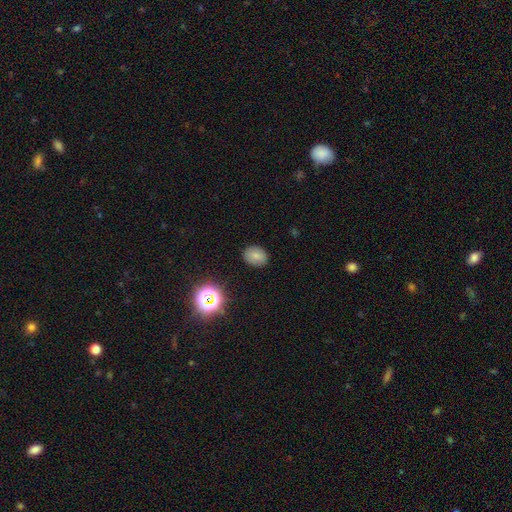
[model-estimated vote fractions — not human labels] Q: Smooth or featured?
A: smooth (75%); runner-up: star or artifact (15%)
Q: How rounded?
A: in between (65%); runner-up: round (34%)
Q: Merging?
A: none (85%); runner-up: minor disturbance (11%)